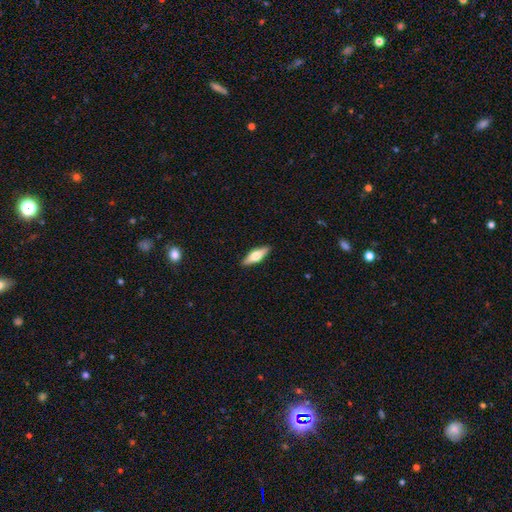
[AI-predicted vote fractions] The model was most divided on "smooth or featured": smooth: 49%, featured or disk: 45%, star or artifact: 6%. More confident: merging — none (89%).